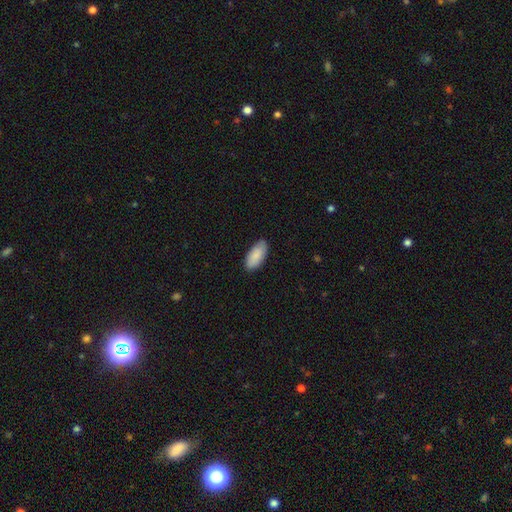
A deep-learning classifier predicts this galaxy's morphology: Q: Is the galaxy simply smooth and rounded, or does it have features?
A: smooth — 86%.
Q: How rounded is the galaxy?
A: in between — 92%.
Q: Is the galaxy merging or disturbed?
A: none — 84%.